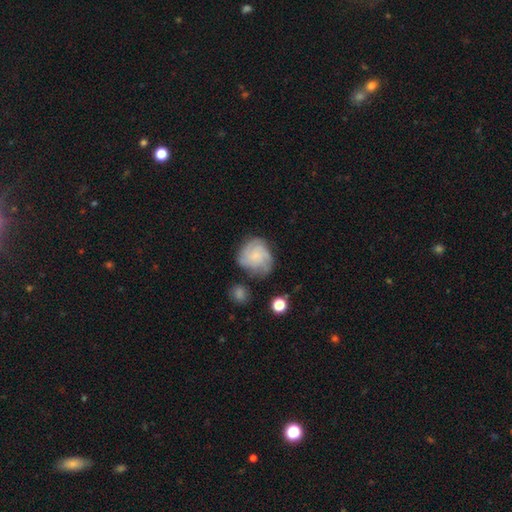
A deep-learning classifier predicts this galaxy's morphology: smooth_or_featured: featured or disk (p=0.59) [alt: smooth p=0.32]
disk_edge_on: no (p=0.98) [alt: yes p=0.02]
bar: no (p=0.75) [alt: weak p=0.22]
has_spiral_arms: yes (p=0.90) [alt: no p=0.10]
spiral_winding: tight (p=0.51) [alt: medium p=0.36]
spiral_arm_count: 3 (p=0.30) [alt: can't tell p=0.28]
bulge_size: none (p=0.40) [tied with: small p=0.40]
merging: none (p=0.64) [alt: minor disturbance p=0.22]